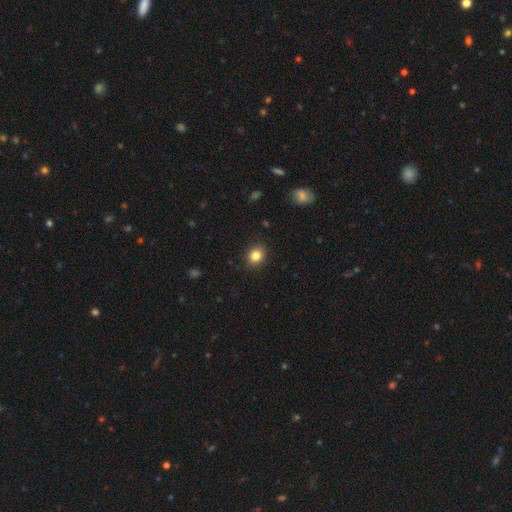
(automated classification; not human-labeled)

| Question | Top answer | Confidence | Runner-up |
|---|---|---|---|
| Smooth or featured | smooth | 84% | star or artifact (10%) |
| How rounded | round | 57% | in between (42%) |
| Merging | none | 88% | minor disturbance (9%) |